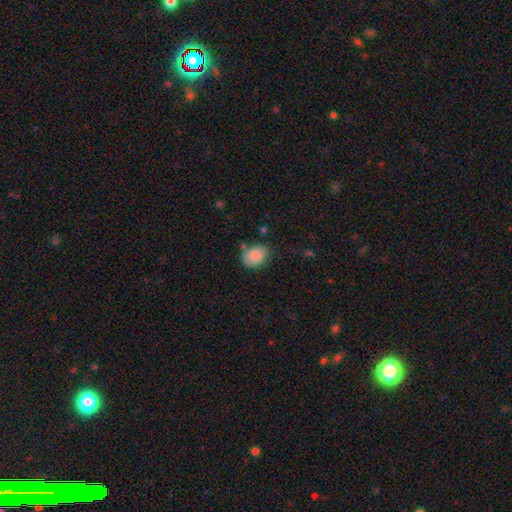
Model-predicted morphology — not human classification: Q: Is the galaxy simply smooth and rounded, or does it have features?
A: smooth — 87%.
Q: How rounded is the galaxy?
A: in between — 71%.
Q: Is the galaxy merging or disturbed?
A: none — 70%.